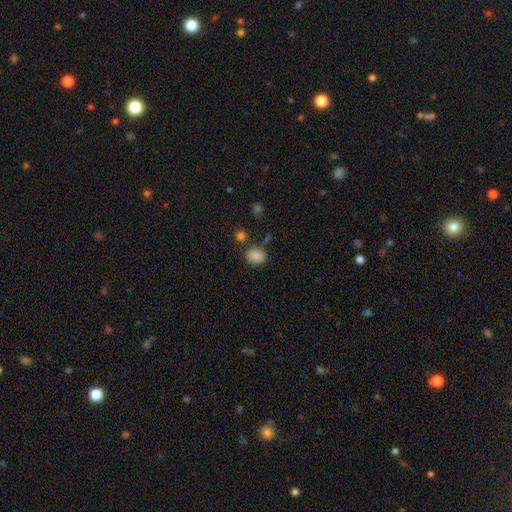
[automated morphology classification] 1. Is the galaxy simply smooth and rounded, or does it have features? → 85% smooth, 10% star or artifact, 5% featured or disk.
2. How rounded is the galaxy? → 57% in between, 42% round, 1% cigar-shaped.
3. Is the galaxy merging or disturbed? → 73% none, 16% minor disturbance, 7% merger, 4% major disturbance.